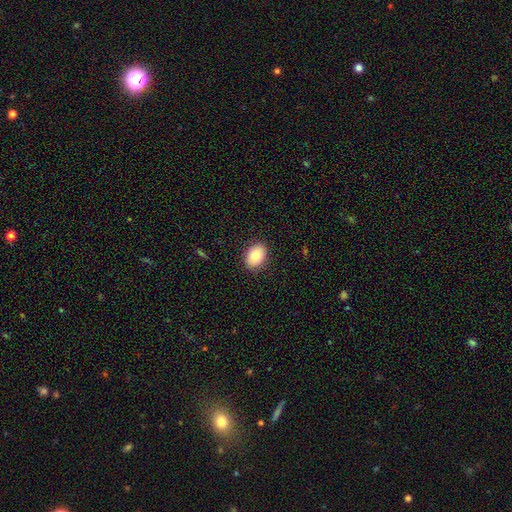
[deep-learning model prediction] smooth_or_featured: smooth (p=0.84) [alt: featured or disk p=0.08]
how_rounded: in between (p=0.81) [alt: round p=0.18]
merging: none (p=0.89) [alt: minor disturbance p=0.08]